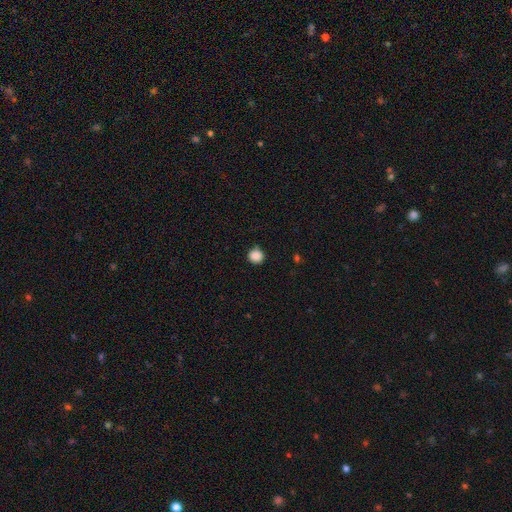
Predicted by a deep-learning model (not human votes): This is clearly a smooth galaxy (87%). How rounded: clearly round (91%). Merging: clearly none (85%).